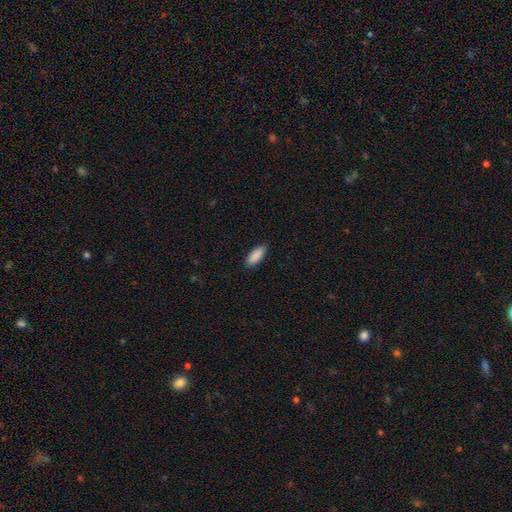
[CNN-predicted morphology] Overall: smooth (90%). How rounded: in between (79%). Merging: none (86%).